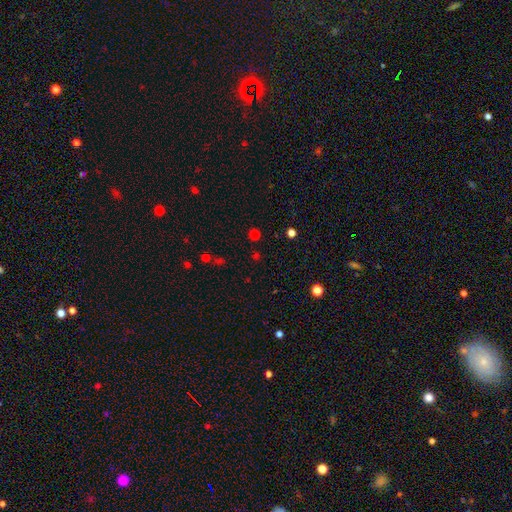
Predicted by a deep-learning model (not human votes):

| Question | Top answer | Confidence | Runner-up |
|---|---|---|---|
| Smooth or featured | smooth | 54% | star or artifact (41%) |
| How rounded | round | 88% | in between (10%) |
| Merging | none | 84% | minor disturbance (8%) |